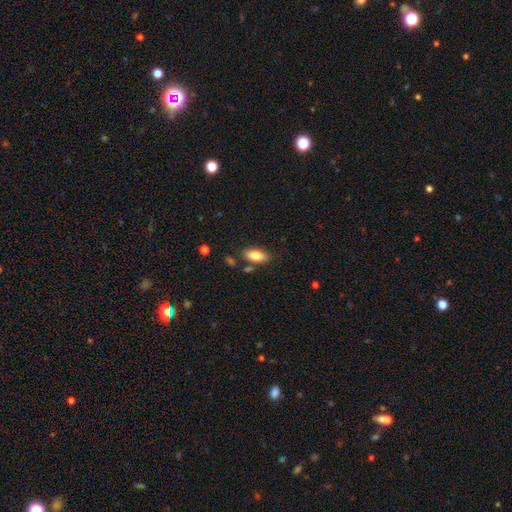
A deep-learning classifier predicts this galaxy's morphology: type=smooth (82%); roundness=in between (89%); merging=none (76%).